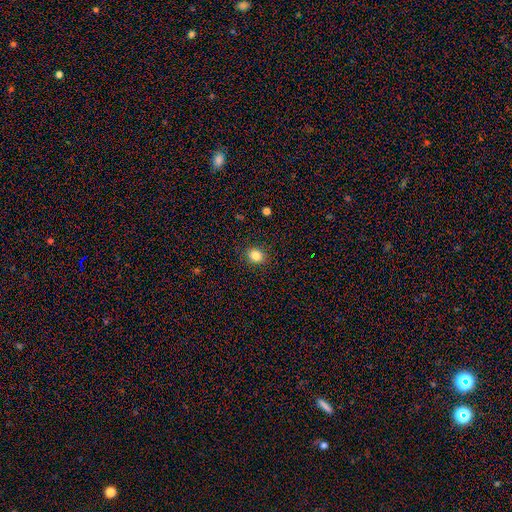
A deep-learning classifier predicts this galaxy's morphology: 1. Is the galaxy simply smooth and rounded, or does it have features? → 84% smooth, 11% star or artifact, 6% featured or disk.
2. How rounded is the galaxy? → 61% round, 39% in between, 1% cigar-shaped.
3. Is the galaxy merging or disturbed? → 88% none, 8% minor disturbance, 3% major disturbance, 1% merger.